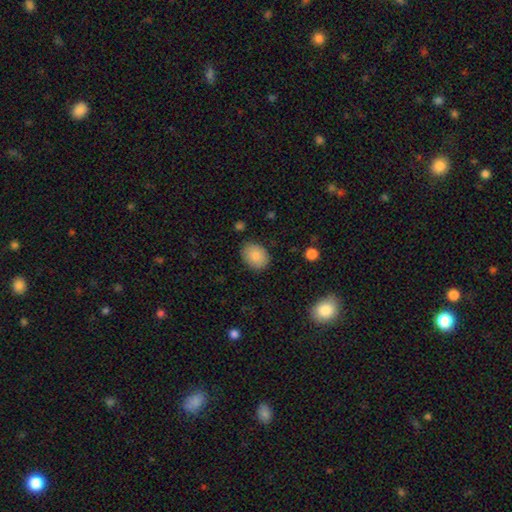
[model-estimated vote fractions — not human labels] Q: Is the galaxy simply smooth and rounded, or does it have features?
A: smooth — 86%.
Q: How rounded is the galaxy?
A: in between — 59%.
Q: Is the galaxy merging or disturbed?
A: none — 84%.